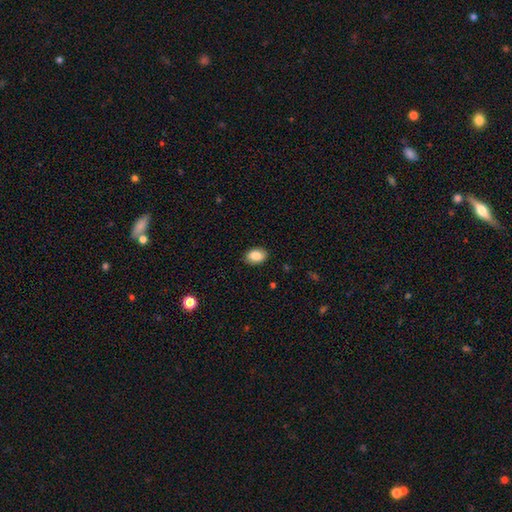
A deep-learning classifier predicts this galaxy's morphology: Smooth or featured? smooth (85%)
How rounded? in between (83%)
Merging? none (88%)